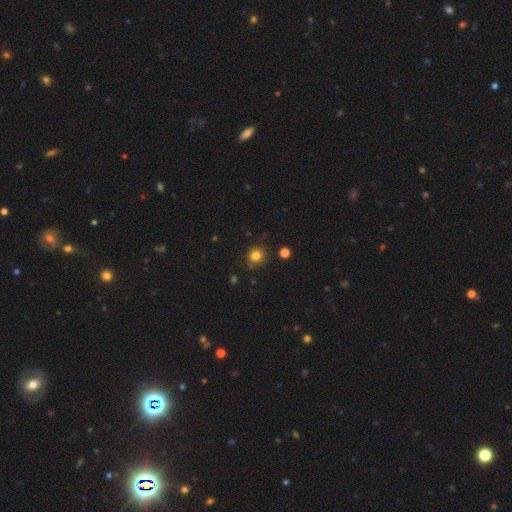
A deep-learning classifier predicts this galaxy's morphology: Smooth or featured: smooth — 81% (star or artifact — 14%)
How rounded: round — 92% (in between — 7%)
Merging: none — 83% (minor disturbance — 10%)